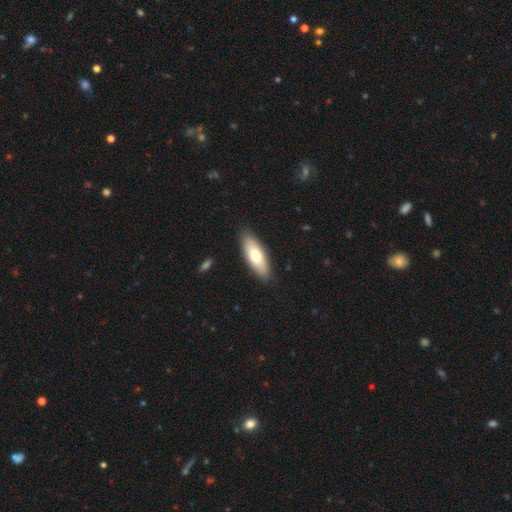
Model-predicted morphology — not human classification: The model was most divided on "smooth or featured": smooth: 67%, featured or disk: 27%, star or artifact: 5%. More confident: merging — none (88%); how rounded — in between (70%).